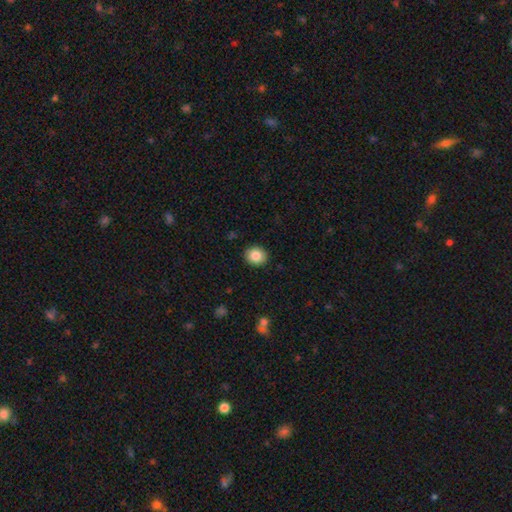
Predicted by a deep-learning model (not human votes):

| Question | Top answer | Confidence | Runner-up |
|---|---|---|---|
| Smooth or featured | smooth | 85% | star or artifact (9%) |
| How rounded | round | 76% | in between (23%) |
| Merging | none | 91% | minor disturbance (6%) |